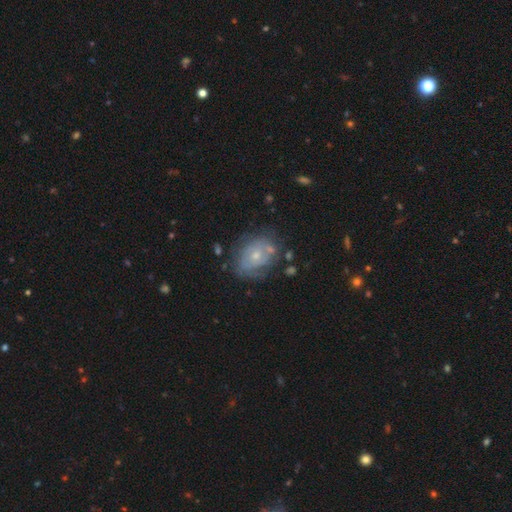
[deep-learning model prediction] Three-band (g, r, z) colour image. It shows a featured or disk galaxy (60%) with no bar (83%), spiral arms (58%) and a small central bulge (58%). Merging: none (57%).